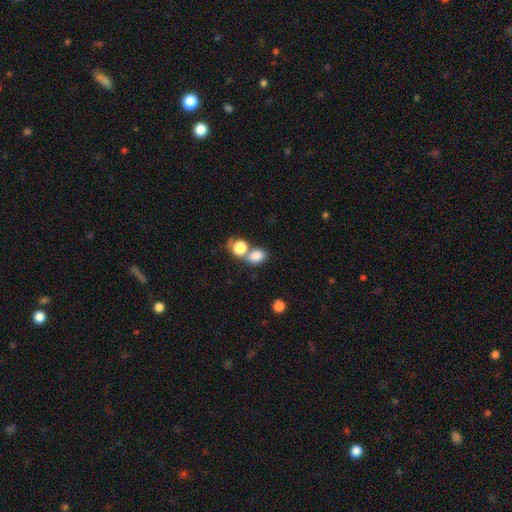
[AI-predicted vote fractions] Smooth or featured? smooth (82%)
How rounded? in between (64%)
Merging? merger (46%)